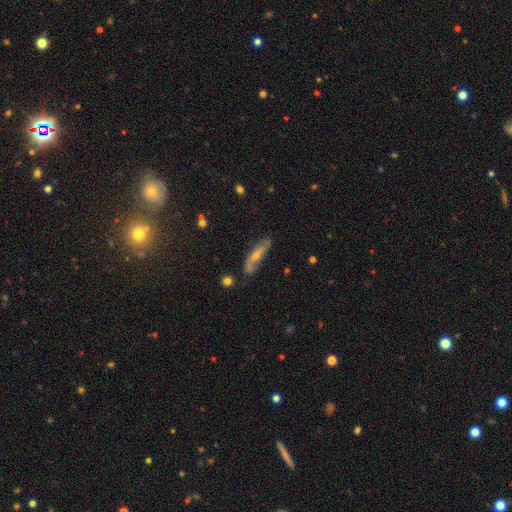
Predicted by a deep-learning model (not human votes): Smooth or featured? Predicted: featured or disk (p=0.59). Edge-on disk? Predicted: yes (p=0.53). Merging? Predicted: none (p=0.76).